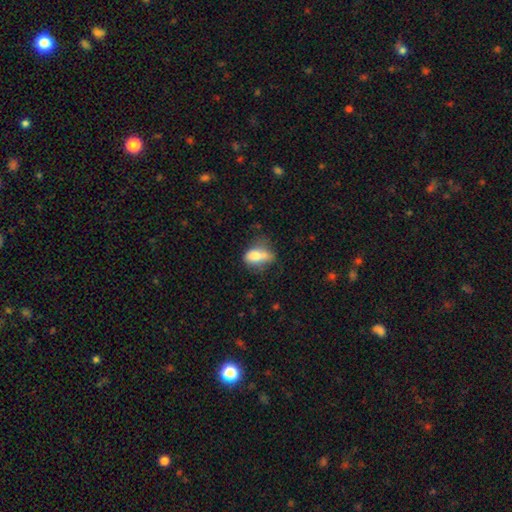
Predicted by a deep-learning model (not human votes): smooth-or-featured: smooth: 72% | featured or disk: 19% | star or artifact: 9%
  how-rounded: in between: 79% | round: 18% | cigar-shaped: 3%
  merging: merger: 28% | none: 27% | minor disturbance: 26% | major disturbance: 18%